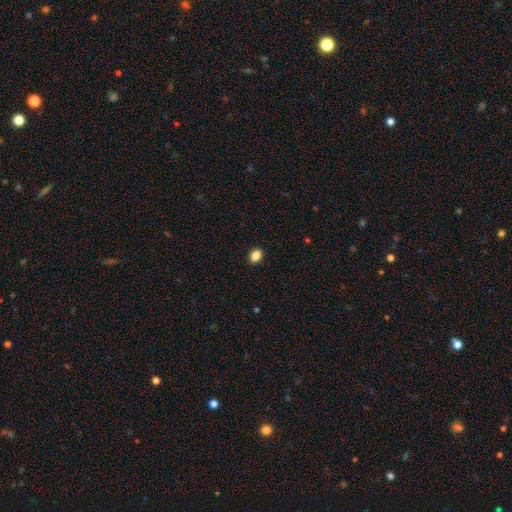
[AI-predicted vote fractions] smooth_or_featured: smooth (p=0.87) [alt: star or artifact p=0.09]
how_rounded: in between (p=0.66) [alt: round p=0.33]
merging: none (p=0.91) [alt: minor disturbance p=0.06]